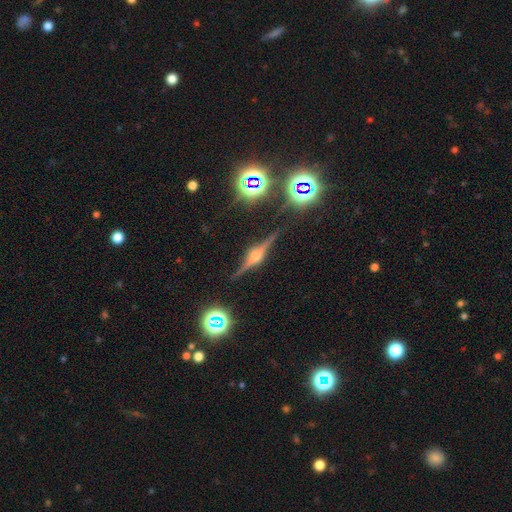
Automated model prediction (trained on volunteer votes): featured or disk 81%, star or artifact 12%, smooth 7%. Down the decision tree: edge-on disk — yes (97%); edge-on bulge — rounded (92%); merging — none (88%).